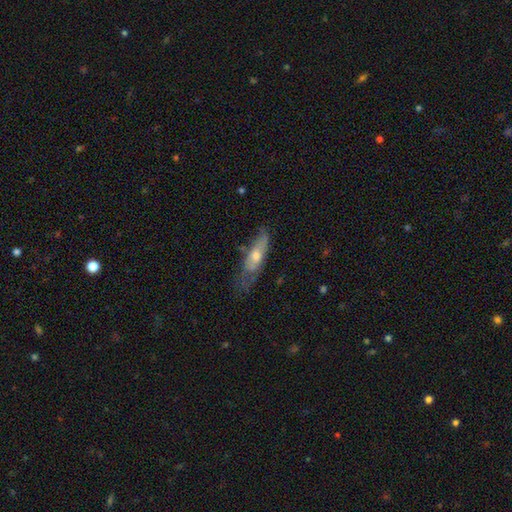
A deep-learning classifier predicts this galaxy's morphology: smooth-or-featured: featured or disk: 50% | smooth: 43% | star or artifact: 7%
  disk-edge-on: no: 52% | yes: 48%
  merging: none: 48% | minor disturbance: 32% | major disturbance: 17% | merger: 3%